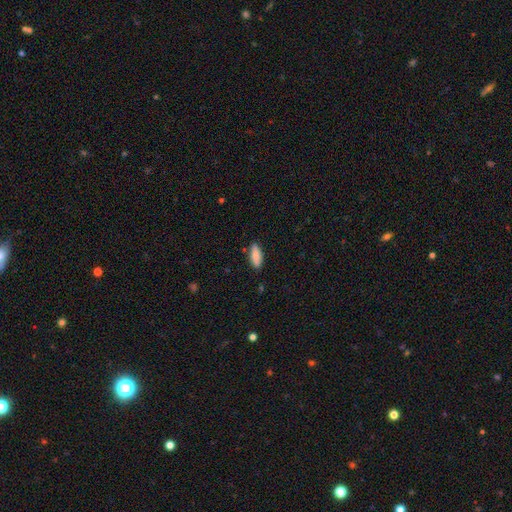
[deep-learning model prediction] This appears to be a smooth galaxy with no disk features (88%) that is in between round and cigar-shaped (67%). Merging: none (84%).